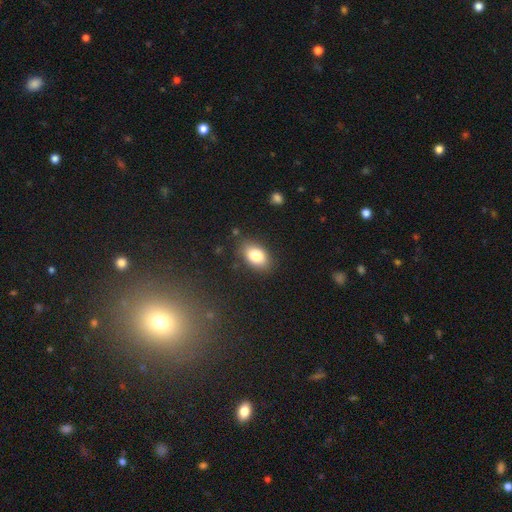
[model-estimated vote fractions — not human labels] Smooth or featured?
  - smooth: 82% *
  - featured or disk: 10%
  - star or artifact: 8%
How rounded?
  - in between: 89% *
  - round: 9%
  - cigar-shaped: 1%
Merging?
  - none: 83% *
  - minor disturbance: 12%
  - major disturbance: 3%
  - merger: 2%